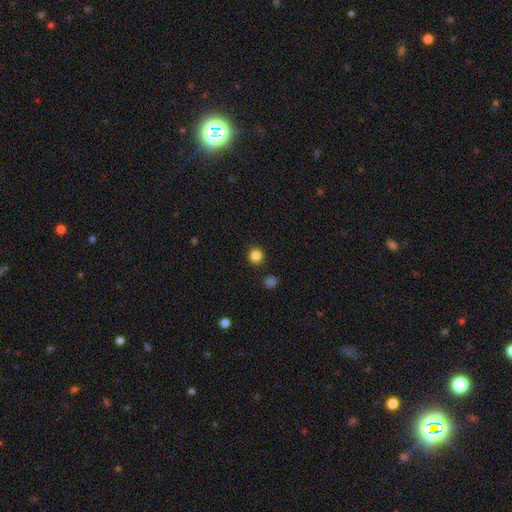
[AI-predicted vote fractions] Q: Smooth or featured?
A: smooth (84%); runner-up: star or artifact (12%)
Q: How rounded?
A: round (93%); runner-up: in between (6%)
Q: Merging?
A: none (91%); runner-up: minor disturbance (5%)